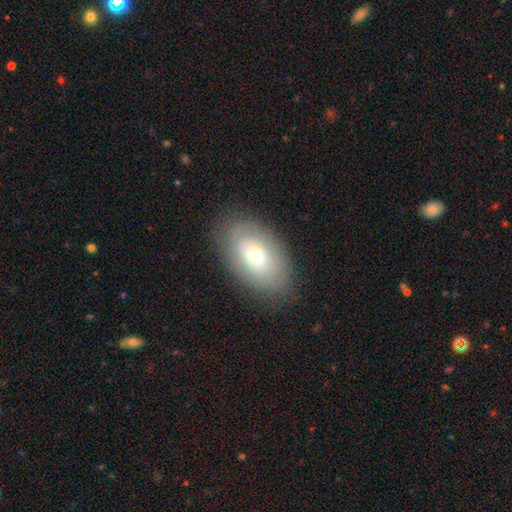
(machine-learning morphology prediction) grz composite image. It shows a smooth galaxy with no disk features (58%) that is in between round and cigar-shaped (89%). Merging: none (82%).